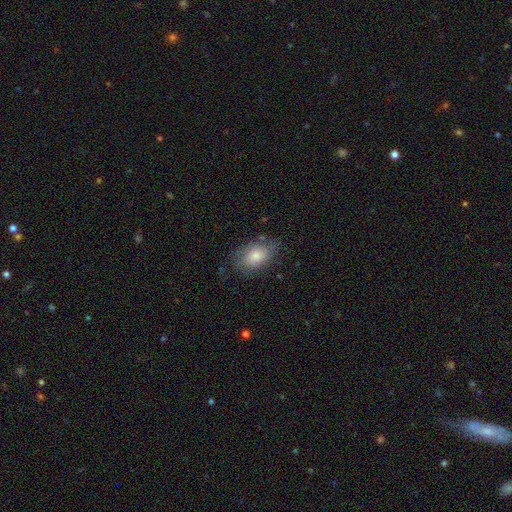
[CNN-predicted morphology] This appears to be a smooth galaxy with no disk features (62%) that is in between round and cigar-shaped (83%). Merging: none (66%).